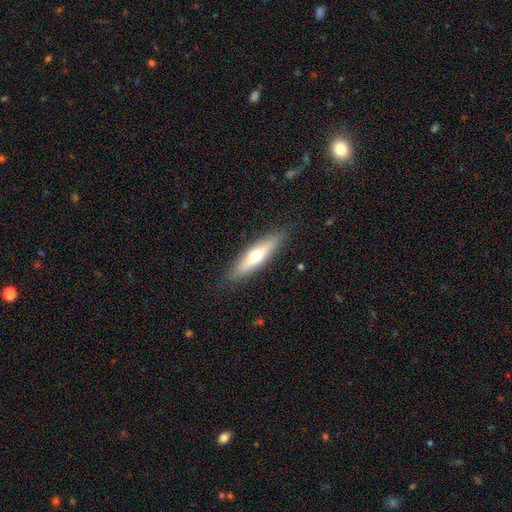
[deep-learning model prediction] A smooth galaxy with no disk features (56%) that is cigar-shaped (70%). Merging: none (87%).